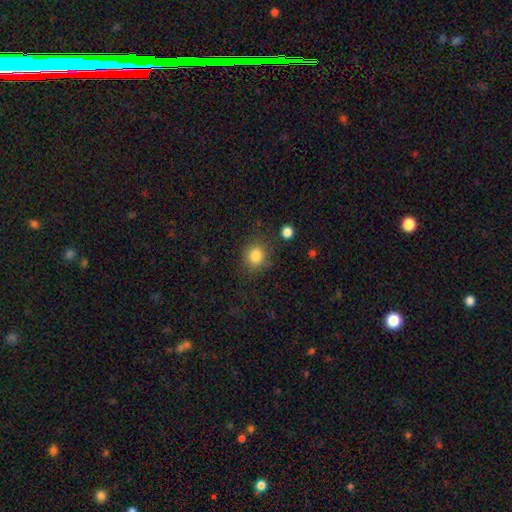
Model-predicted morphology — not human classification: smooth_or_featured: smooth (p=0.84) [alt: star or artifact p=0.11]
how_rounded: round (p=0.81) [alt: in between p=0.18]
merging: none (p=0.80) [alt: minor disturbance p=0.13]